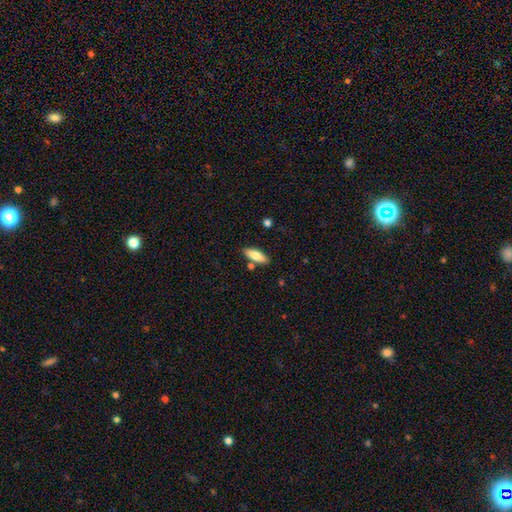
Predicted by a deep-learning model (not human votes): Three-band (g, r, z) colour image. It shows a smooth galaxy with no disk features (78%) that is in between round and cigar-shaped (64%). Merging: none (81%).